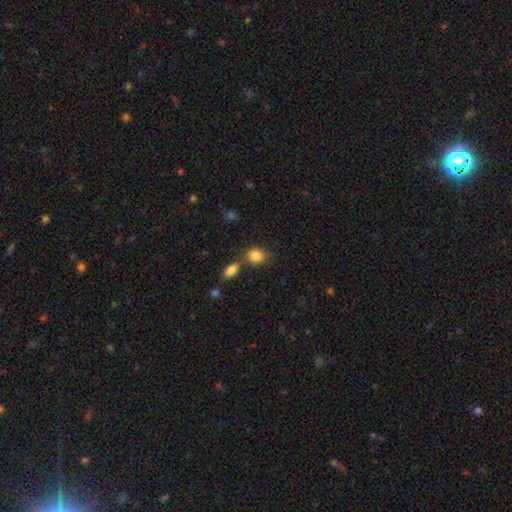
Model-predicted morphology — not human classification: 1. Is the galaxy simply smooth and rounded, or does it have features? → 85% smooth, 9% star or artifact, 6% featured or disk.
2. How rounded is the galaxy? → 52% in between, 47% round, 2% cigar-shaped.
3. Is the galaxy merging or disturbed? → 64% none, 18% merger, 14% minor disturbance, 4% major disturbance.